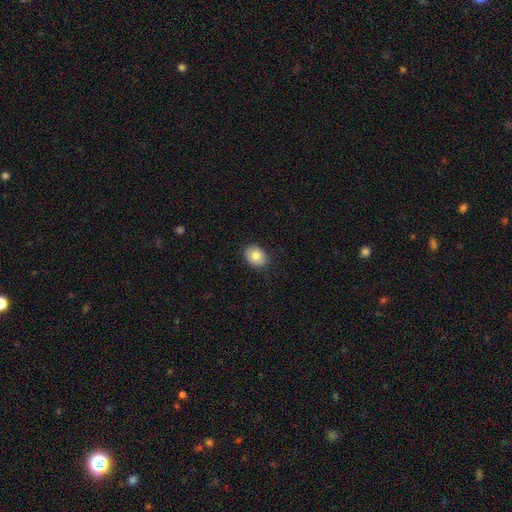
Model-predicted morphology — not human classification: smooth-or-featured: smooth: 80% | featured or disk: 12% | star or artifact: 8%
  how-rounded: in between: 66% | round: 33% | cigar-shaped: 1%
  merging: none: 88% | minor disturbance: 10% | major disturbance: 2% | merger: 1%